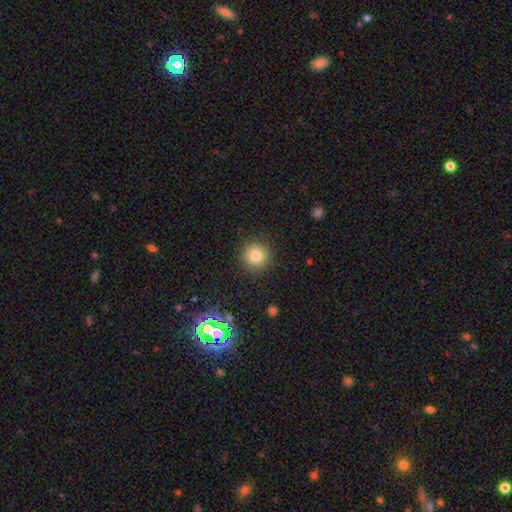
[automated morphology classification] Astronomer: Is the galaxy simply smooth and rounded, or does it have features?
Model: smooth — 81%.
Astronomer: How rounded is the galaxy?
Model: round — 95%.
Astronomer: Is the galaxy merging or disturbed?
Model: none — 90%.